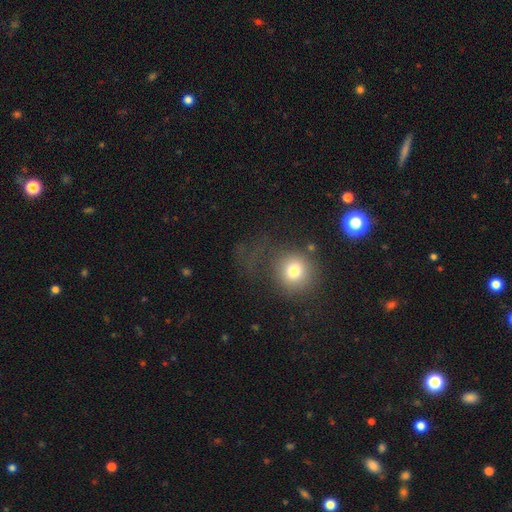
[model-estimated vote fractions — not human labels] A smooth galaxy with no disk features (61%) that is round (85%).

Vote fractions:
- Smooth or featured? smooth: 61% / star or artifact: 25% / featured or disk: 14%
- How rounded? round: 85% / in between: 13% / cigar-shaped: 1%
- Merging? none: 46% / major disturbance: 30% / minor disturbance: 19% / merger: 5%